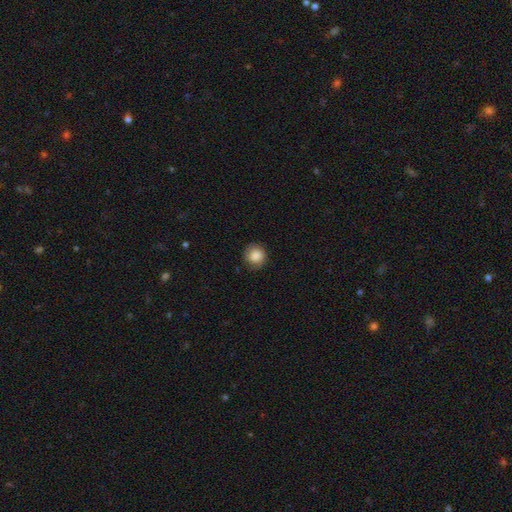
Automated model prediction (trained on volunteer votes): Smooth or featured?
  - smooth: 86% *
  - star or artifact: 8%
  - featured or disk: 6%
How rounded?
  - round: 87% *
  - in between: 12%
  - cigar-shaped: 1%
Merging?
  - none: 79% *
  - minor disturbance: 16%
  - major disturbance: 4%
  - merger: 1%